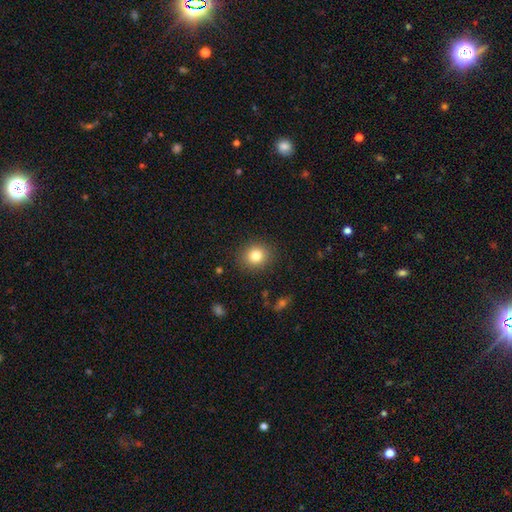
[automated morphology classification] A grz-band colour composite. It shows a smooth galaxy with no disk features (82%) that is round (79%). Merging: none (89%).